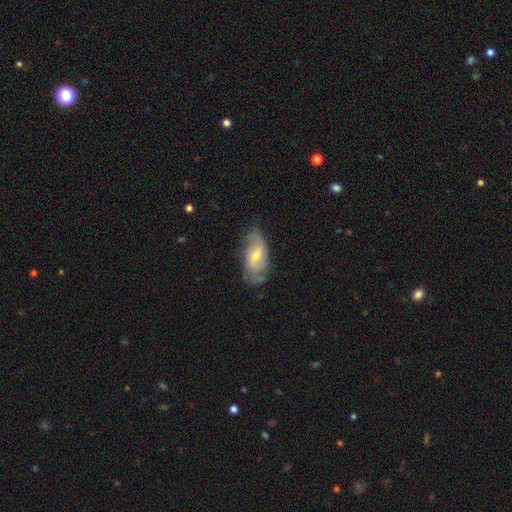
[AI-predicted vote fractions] A featured or disk galaxy (58%) with a weak bar (47%), spiral arms (81%) and a moderate central bulge (51%).

Vote fractions:
- Smooth or featured? featured or disk: 58% / smooth: 35% / star or artifact: 7%
- Edge-on disk? no: 92% / yes: 8%
- Bar? weak: 47% / no: 43% / strong: 10%
- Spiral arms? yes: 81% / no: 19%
- Bulge size? moderate: 51% / small: 43% / large: 3% / none: 2% / dominant: 1%
- Merging? none: 62% / minor disturbance: 27% / major disturbance: 9% / merger: 2%